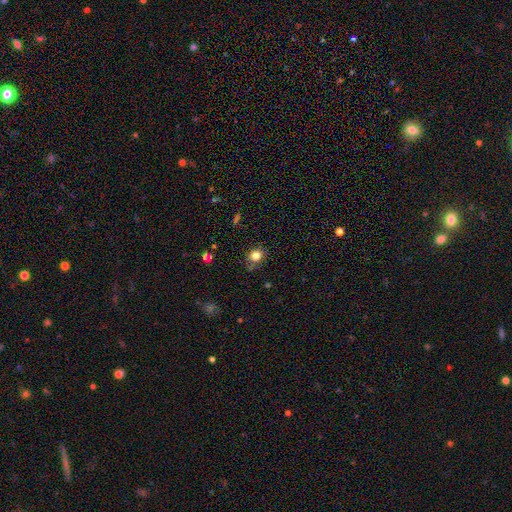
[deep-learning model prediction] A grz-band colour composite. It shows a smooth galaxy with no disk features (81%) that is round (73%). Merging: none (79%).